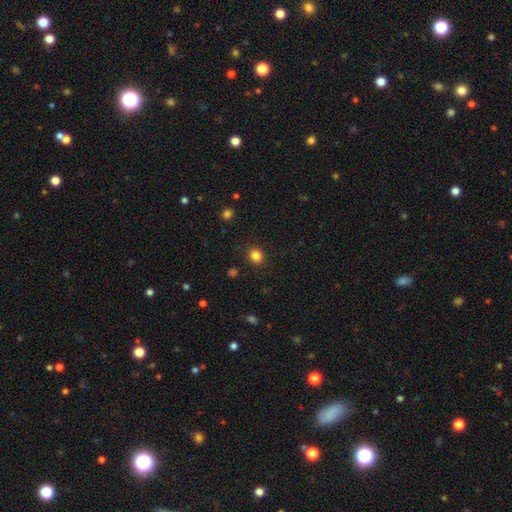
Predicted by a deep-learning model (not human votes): smooth-or-featured: smooth: 84% | star or artifact: 12% | featured or disk: 4%
  how-rounded: round: 69% | in between: 30% | cigar-shaped: 1%
  merging: none: 89% | minor disturbance: 7% | major disturbance: 2% | merger: 1%